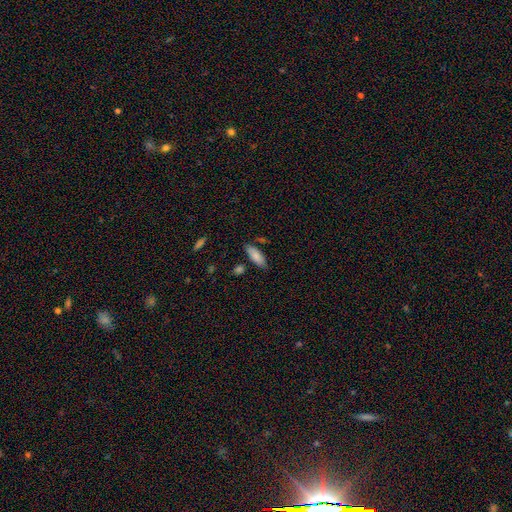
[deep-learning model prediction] Overall: smooth (84%). How rounded: in between (72%). Merging: none (77%).